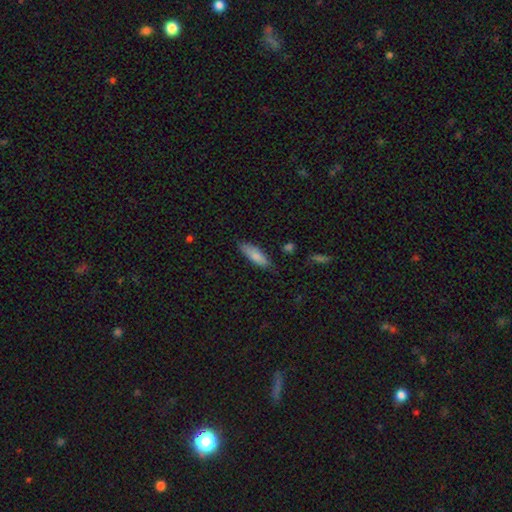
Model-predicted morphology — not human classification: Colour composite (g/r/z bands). It shows a smooth galaxy with no disk features (81%) that is in between round and cigar-shaped (52%). Merging: none (76%).